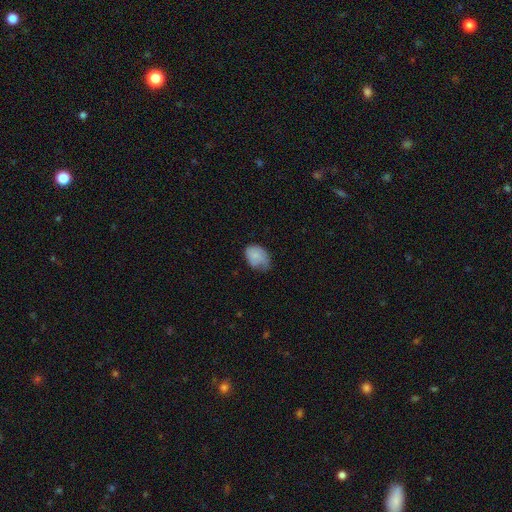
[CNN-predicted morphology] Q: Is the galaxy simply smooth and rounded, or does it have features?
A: smooth — 78%.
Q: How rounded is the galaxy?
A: in between — 72%.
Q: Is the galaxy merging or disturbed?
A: minor disturbance — 43%.